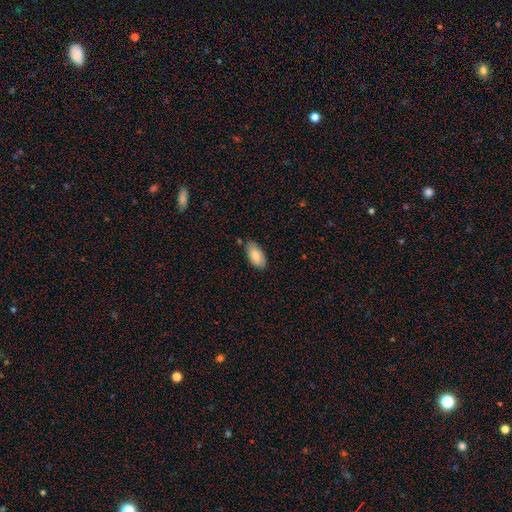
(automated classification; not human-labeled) Smooth or featured? Predicted: smooth (p=0.85). How rounded? Predicted: in between (p=0.94). Merging? Predicted: none (p=0.74).